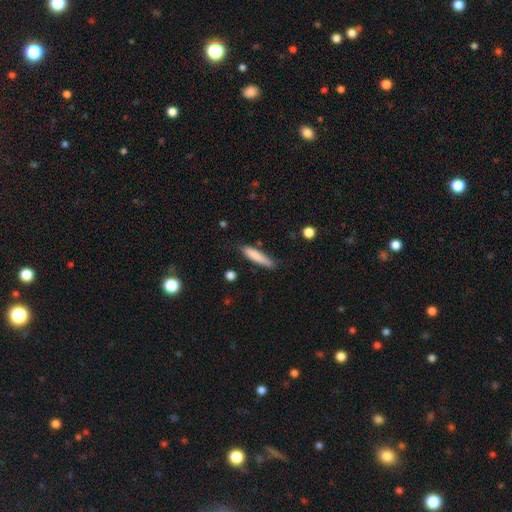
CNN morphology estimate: Q: Smooth or featured?
A: smooth (81%); runner-up: featured or disk (13%)
Q: How rounded?
A: cigar-shaped (82%); runner-up: in between (16%)
Q: Merging?
A: none (74%); runner-up: minor disturbance (20%)